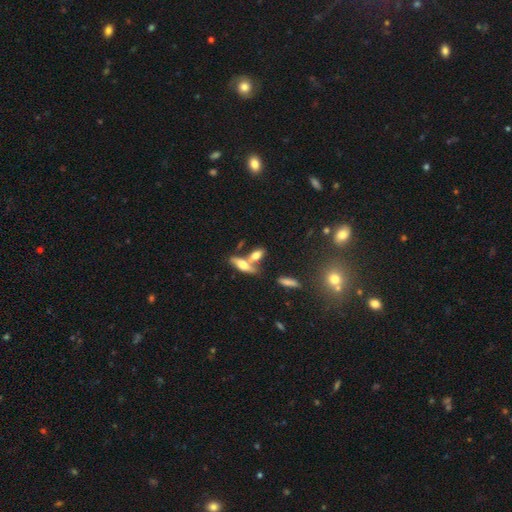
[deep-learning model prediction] smooth-or-featured: smooth: 59% | featured or disk: 31% | star or artifact: 10%
  how-rounded: in between: 63% | cigar-shaped: 32% | round: 5%
  merging: merger: 44% | none: 42% | minor disturbance: 10% | major disturbance: 4%